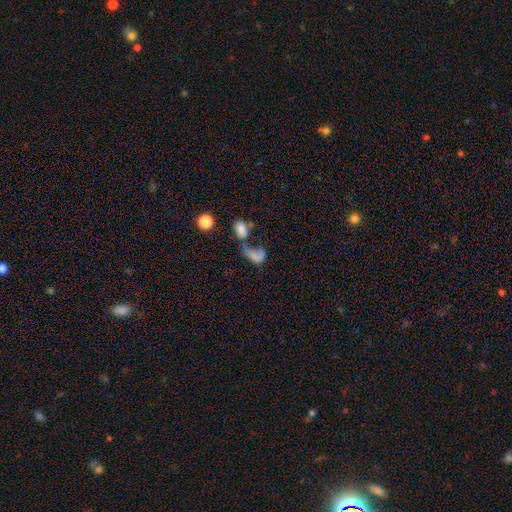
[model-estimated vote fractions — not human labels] smooth 59%, featured or disk 26%, star or artifact 15%. Down the decision tree: how rounded — in between (79%); merging — merger (41%).